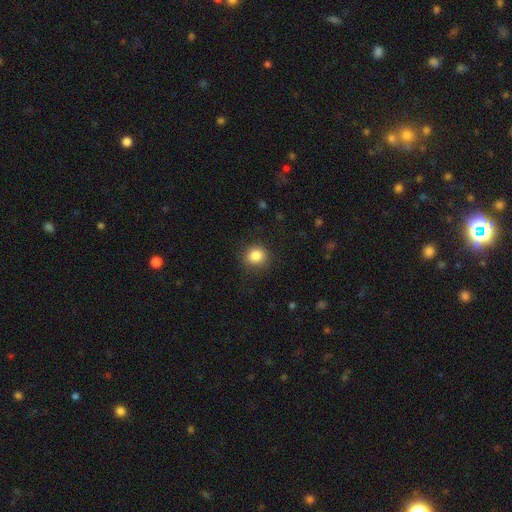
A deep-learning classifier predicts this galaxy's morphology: Q: Smooth or featured?
A: smooth (85%); runner-up: star or artifact (10%)
Q: How rounded?
A: round (86%); runner-up: in between (13%)
Q: Merging?
A: none (86%); runner-up: minor disturbance (10%)